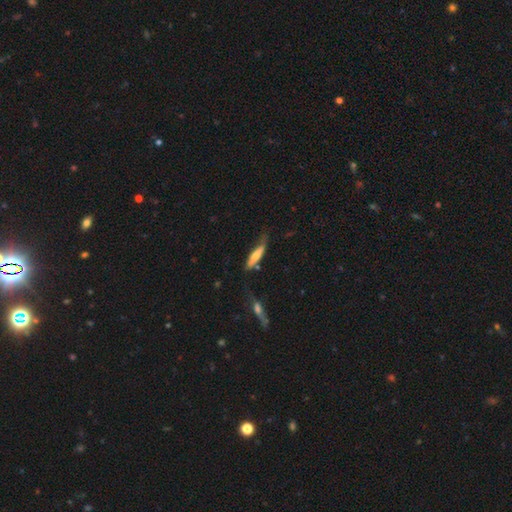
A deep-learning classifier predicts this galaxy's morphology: Smooth or featured? Predicted: smooth (p=0.66). How rounded? Predicted: cigar-shaped (p=0.76). Merging? Predicted: none (p=0.48).